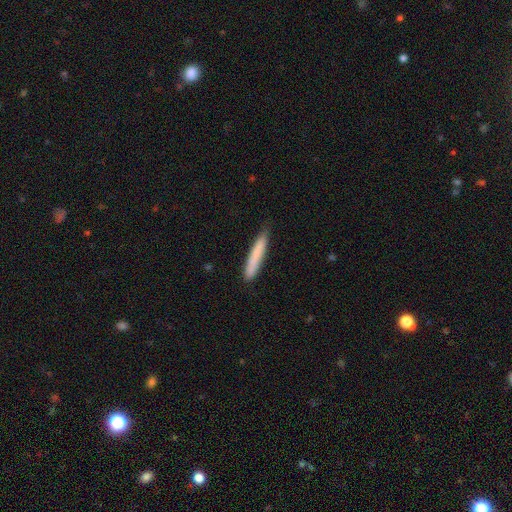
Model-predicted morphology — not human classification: smooth_or_featured: smooth (p=0.77) [alt: featured or disk p=0.17]
how_rounded: cigar-shaped (p=0.95) [alt: in between p=0.04]
merging: none (p=0.80) [alt: minor disturbance p=0.16]